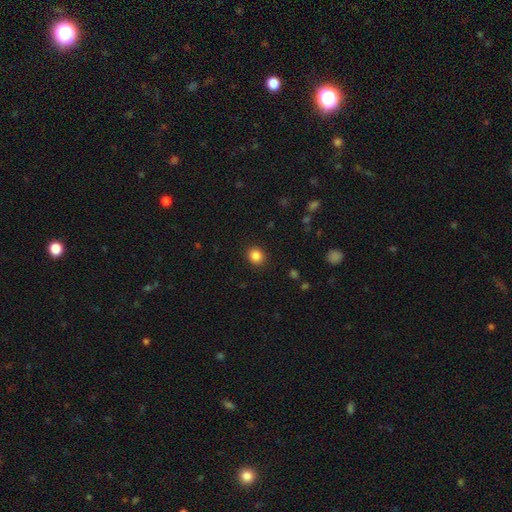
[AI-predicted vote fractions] Q: Smooth or featured?
A: smooth (85%); runner-up: star or artifact (11%)
Q: How rounded?
A: round (81%); runner-up: in between (18%)
Q: Merging?
A: none (91%); runner-up: minor disturbance (6%)